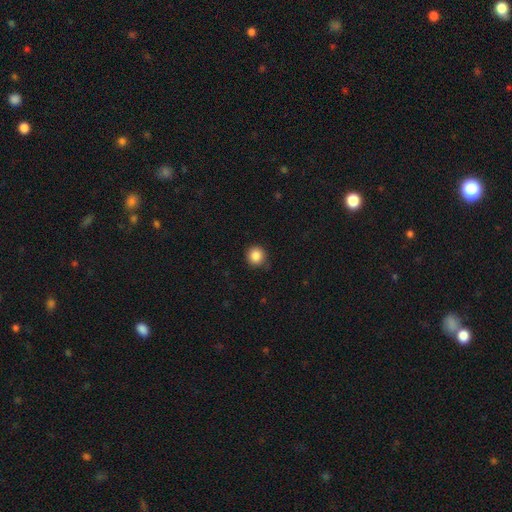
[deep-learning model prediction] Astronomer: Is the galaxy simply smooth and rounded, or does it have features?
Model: smooth — 86%.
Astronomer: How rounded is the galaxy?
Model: round — 94%.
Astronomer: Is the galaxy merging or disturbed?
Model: none — 85%.